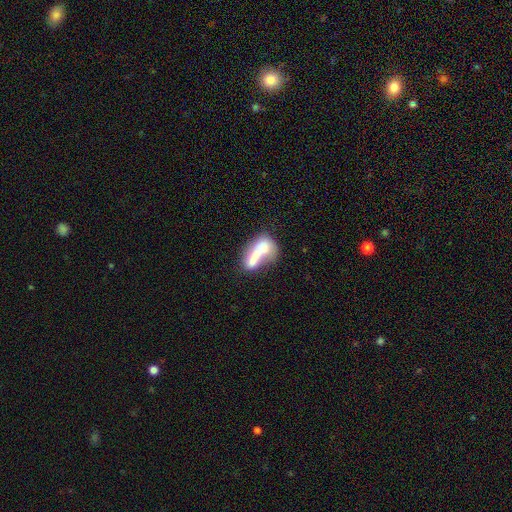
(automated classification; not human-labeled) A smooth galaxy with no disk features (61%) that is in between round and cigar-shaped (68%).

Vote fractions:
- Smooth or featured? smooth: 61% / featured or disk: 30% / star or artifact: 9%
- How rounded? in between: 68% / cigar-shaped: 22% / round: 10%
- Merging? merger: 57% / none: 17% / major disturbance: 15% / minor disturbance: 11%